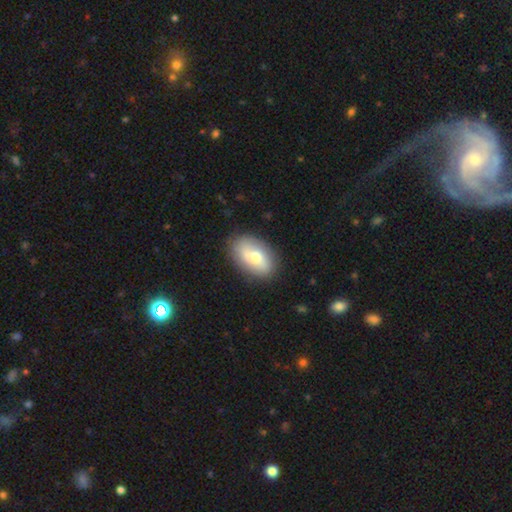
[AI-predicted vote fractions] A smooth galaxy with no disk features (60%) that is in between round and cigar-shaped (90%).

Vote fractions:
- Smooth or featured? smooth: 60% / featured or disk: 33% / star or artifact: 7%
- How rounded? in between: 90% / round: 8% / cigar-shaped: 2%
- Merging? none: 83% / minor disturbance: 12% / major disturbance: 3% / merger: 1%